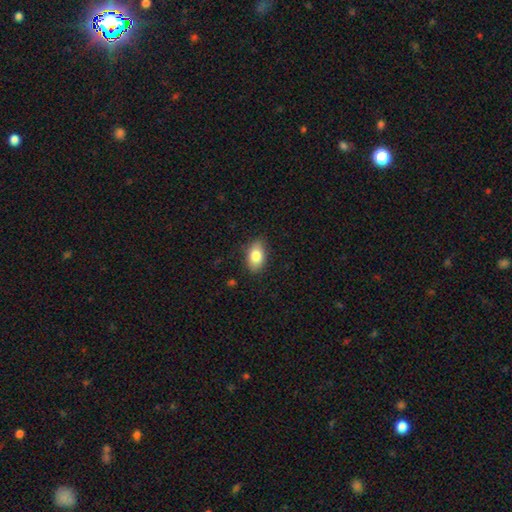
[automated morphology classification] smooth-or-featured: smooth: 82% | featured or disk: 11% | star or artifact: 7%
  how-rounded: in between: 90% | round: 8% | cigar-shaped: 2%
  merging: none: 84% | minor disturbance: 12% | major disturbance: 3% | merger: 1%